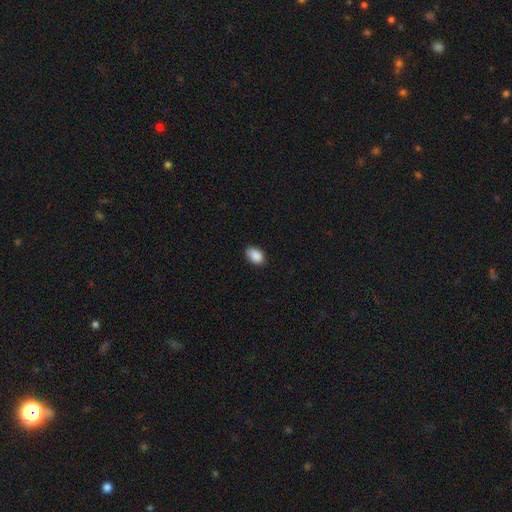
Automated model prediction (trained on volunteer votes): Q: Smooth or featured?
A: smooth (89%); runner-up: star or artifact (7%)
Q: How rounded?
A: in between (90%); runner-up: round (9%)
Q: Merging?
A: none (84%); runner-up: minor disturbance (13%)